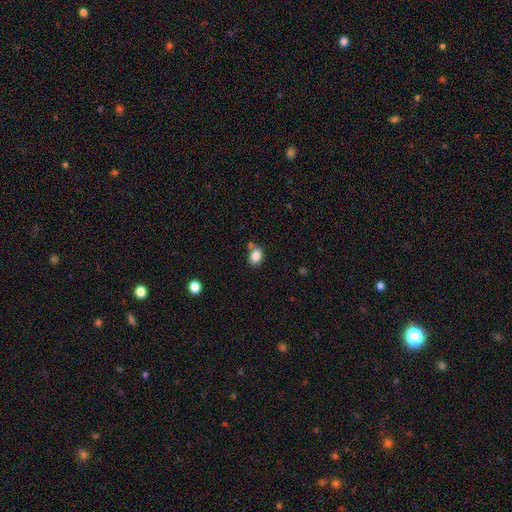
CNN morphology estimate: A smooth galaxy with no disk features (85%) that is in between round and cigar-shaped (67%). Merging: none (65%).